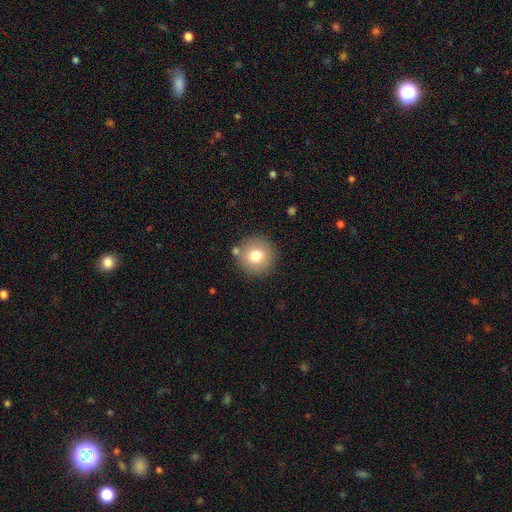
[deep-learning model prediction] Q: Smooth or featured?
A: smooth (75%); runner-up: featured or disk (14%)
Q: How rounded?
A: round (95%); runner-up: in between (4%)
Q: Merging?
A: none (84%); runner-up: minor disturbance (8%)